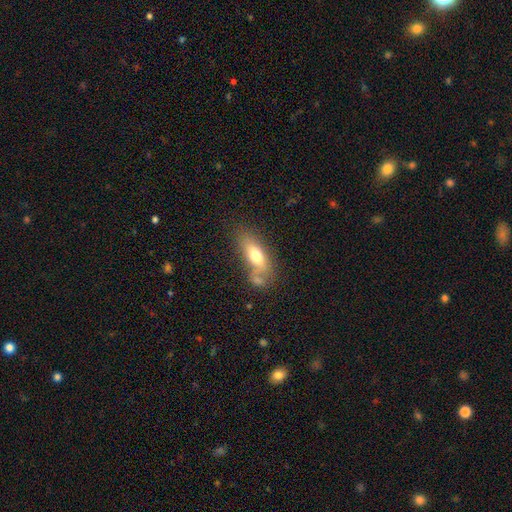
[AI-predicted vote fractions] Smooth or featured? Predicted: smooth (p=0.69). How rounded? Predicted: in between (p=0.73). Merging? Predicted: none (p=0.50).